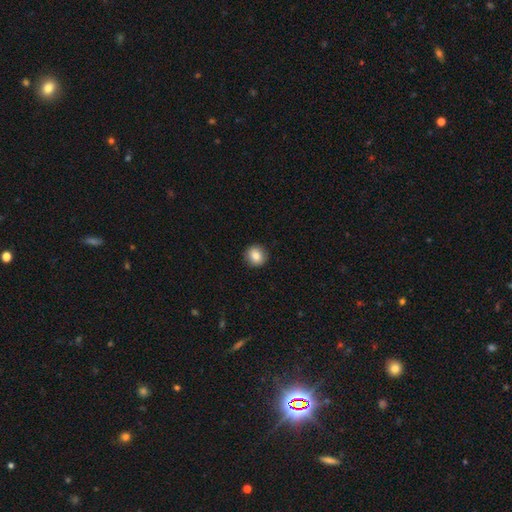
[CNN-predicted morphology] The model was most divided on "smooth or featured": smooth: 83%, star or artifact: 9%, featured or disk: 8%. More confident: merging — none (92%); how rounded — round (91%).